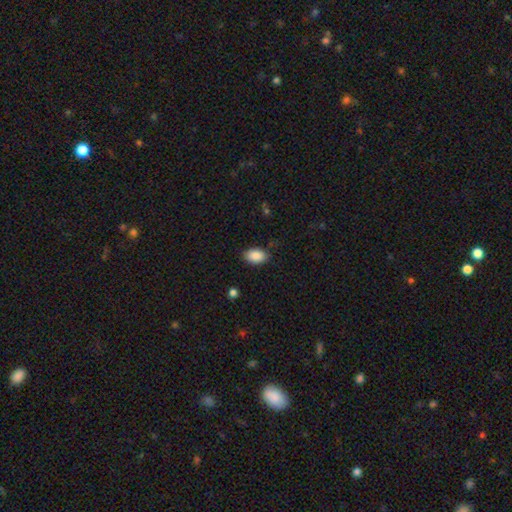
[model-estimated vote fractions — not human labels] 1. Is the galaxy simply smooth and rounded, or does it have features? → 89% smooth, 7% star or artifact, 4% featured or disk.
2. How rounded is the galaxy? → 91% in between, 7% round, 1% cigar-shaped.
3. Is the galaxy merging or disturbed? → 84% none, 12% minor disturbance, 3% major disturbance, 1% merger.